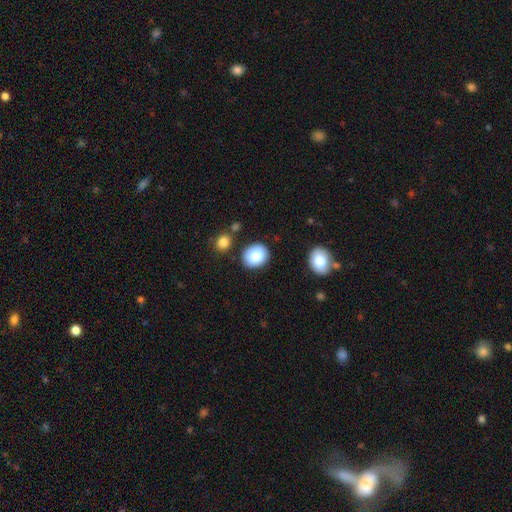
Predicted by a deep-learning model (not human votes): Smooth or featured?
  - smooth: 87% *
  - star or artifact: 7%
  - featured or disk: 5%
How rounded?
  - round: 61% *
  - in between: 38%
  - cigar-shaped: 1%
Merging?
  - none: 80% *
  - minor disturbance: 13%
  - merger: 4%
  - major disturbance: 3%